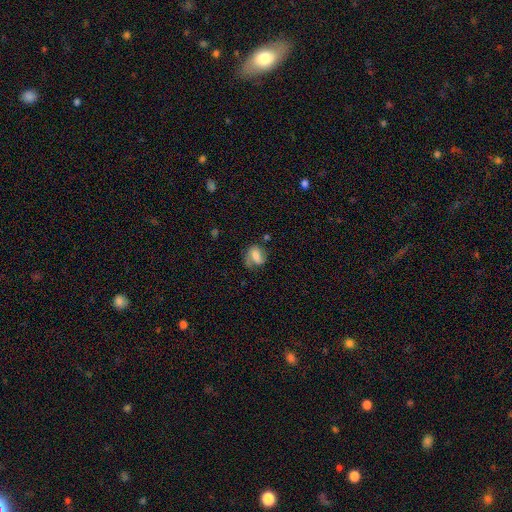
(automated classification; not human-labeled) Smooth or featured: smooth — 47% (featured or disk — 43%)
Merging: none — 50% (minor disturbance — 26%)